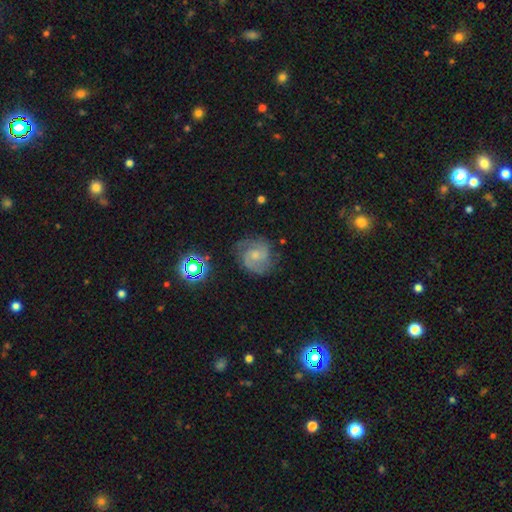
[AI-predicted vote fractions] A featured or disk galaxy (76%) with no bar (62%), 2 (69%) medium (47%) spiral arms (95%) and a small central bulge (46%).

Vote fractions:
- Smooth or featured? featured or disk: 76% / smooth: 15% / star or artifact: 9%
- Edge-on disk? no: 98% / yes: 2%
- Bar? no: 62% / weak: 34% / strong: 5%
- Spiral arms? yes: 95% / no: 5%
- Spiral winding? medium: 47% / tight: 39% / loose: 14%
- Spiral arm count? 2: 69% / can't tell: 13% / 3: 10% / 1: 4% / 4: 2% / more than 4: 2%
- Bulge size? small: 46% / moderate: 43% / none: 7% / large: 3% / dominant: 1%
- Merging? none: 70% / minor disturbance: 20% / major disturbance: 9% / merger: 2%